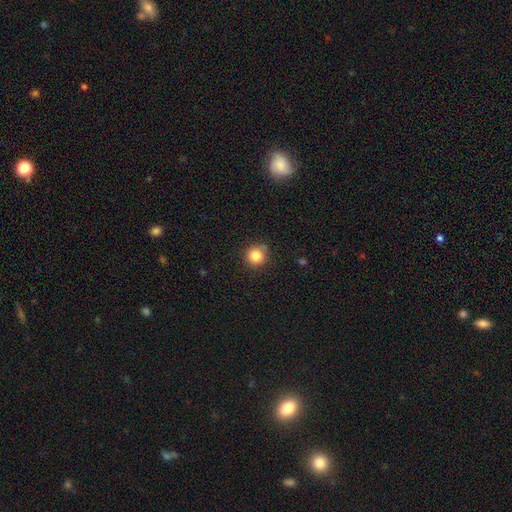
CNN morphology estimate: Q: Smooth or featured?
A: smooth (84%); runner-up: star or artifact (11%)
Q: How rounded?
A: round (91%); runner-up: in between (8%)
Q: Merging?
A: none (83%); runner-up: minor disturbance (13%)